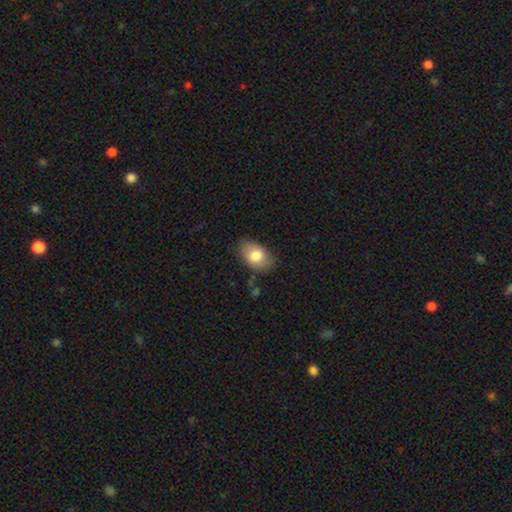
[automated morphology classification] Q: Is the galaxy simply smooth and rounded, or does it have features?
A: smooth — 79%.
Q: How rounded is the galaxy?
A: in between — 89%.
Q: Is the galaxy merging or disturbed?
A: none — 78%.